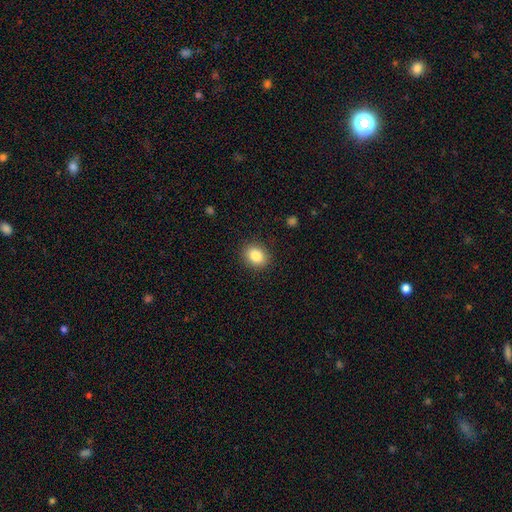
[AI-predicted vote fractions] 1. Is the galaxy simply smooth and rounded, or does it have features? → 85% smooth, 9% star or artifact, 6% featured or disk.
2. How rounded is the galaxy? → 51% in between, 49% round, 1% cigar-shaped.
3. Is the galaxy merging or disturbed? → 89% none, 8% minor disturbance, 3% major disturbance, 1% merger.